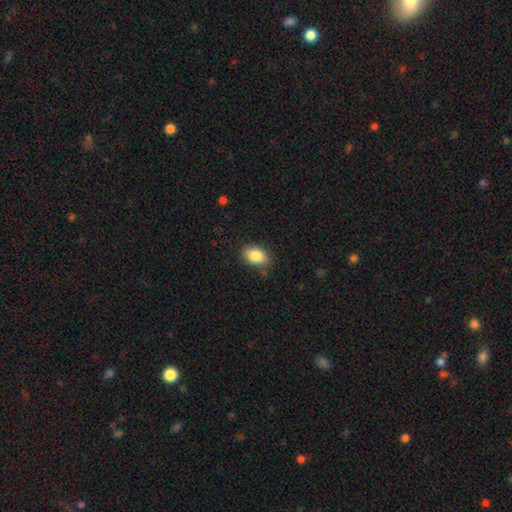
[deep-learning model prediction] smooth-or-featured: smooth: 86% | star or artifact: 8% | featured or disk: 6%
  how-rounded: in between: 83% | round: 16% | cigar-shaped: 1%
  merging: none: 80% | minor disturbance: 14% | major disturbance: 3% | merger: 2%